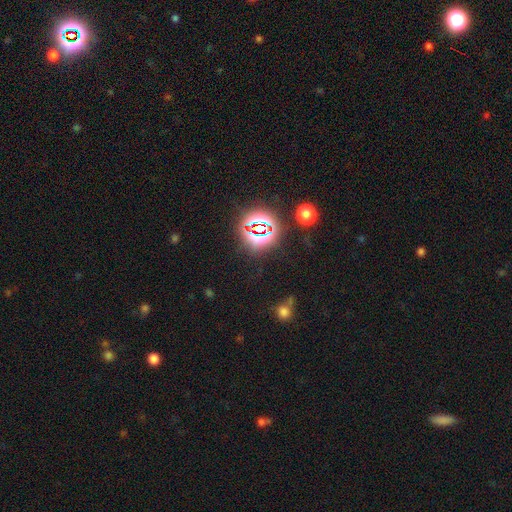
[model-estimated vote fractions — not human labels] A star or artifact, not a galaxy (77%).